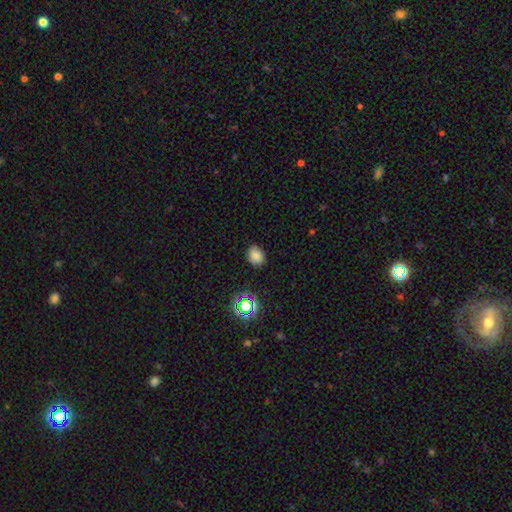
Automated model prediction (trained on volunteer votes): smooth-or-featured: smooth: 80% | star or artifact: 15% | featured or disk: 5%
  how-rounded: in between: 51% | round: 48% | cigar-shaped: 1%
  merging: none: 85% | minor disturbance: 11% | major disturbance: 3% | merger: 1%